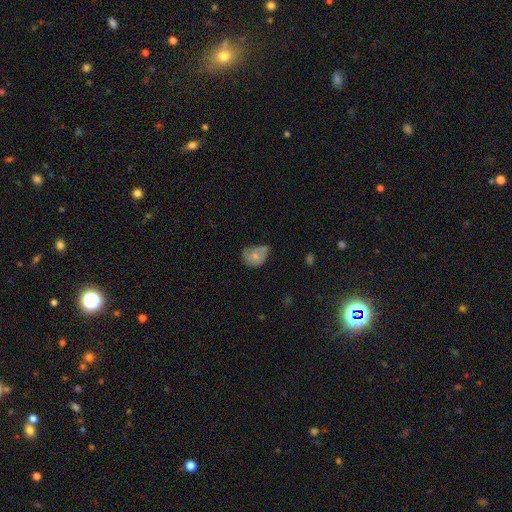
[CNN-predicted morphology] Smooth or featured?
  - smooth: 70% *
  - featured or disk: 21%
  - star or artifact: 9%
How rounded?
  - in between: 53% *
  - round: 46%
  - cigar-shaped: 1%
Merging?
  - minor disturbance: 44% *
  - none: 30%
  - major disturbance: 18%
  - merger: 7%